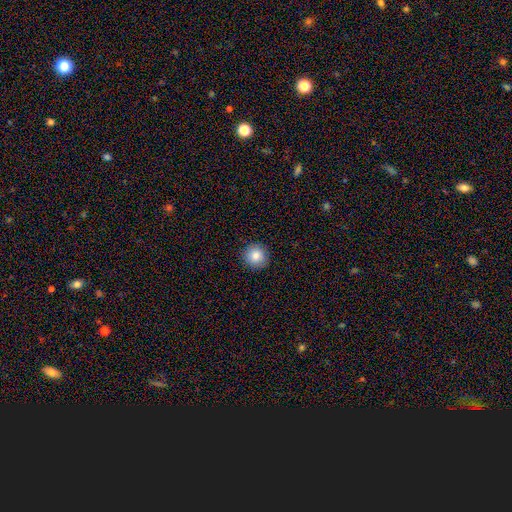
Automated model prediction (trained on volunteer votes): smooth_or_featured: smooth (p=0.85) [alt: star or artifact p=0.09]
how_rounded: round (p=0.93) [alt: in between p=0.06]
merging: none (p=0.92) [alt: minor disturbance p=0.06]